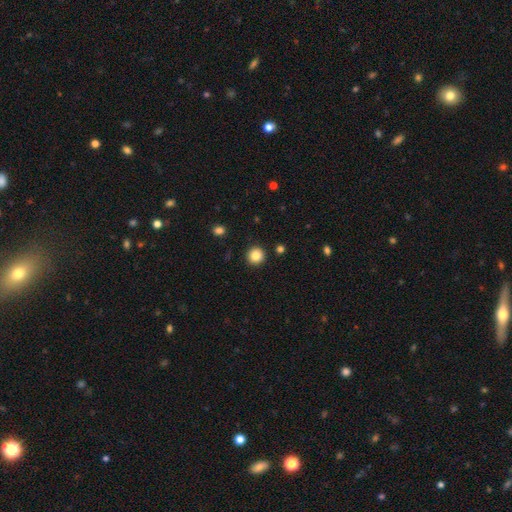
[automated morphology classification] A smooth galaxy with no disk features (85%) that is round (95%). Merging: none (92%).